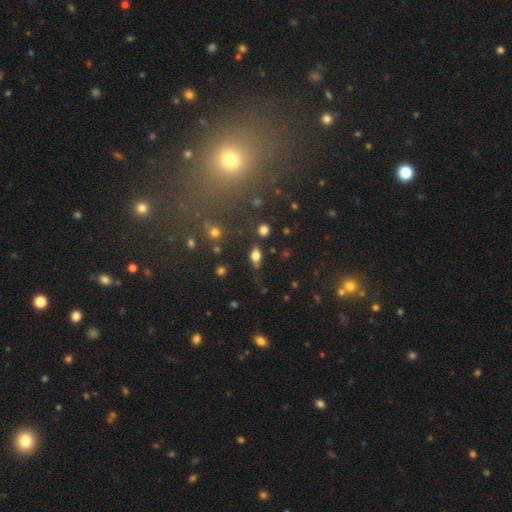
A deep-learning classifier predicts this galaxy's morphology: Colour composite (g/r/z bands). It shows a smooth galaxy with no disk features (76%) that is in between round and cigar-shaped (82%). Merging: none (68%).